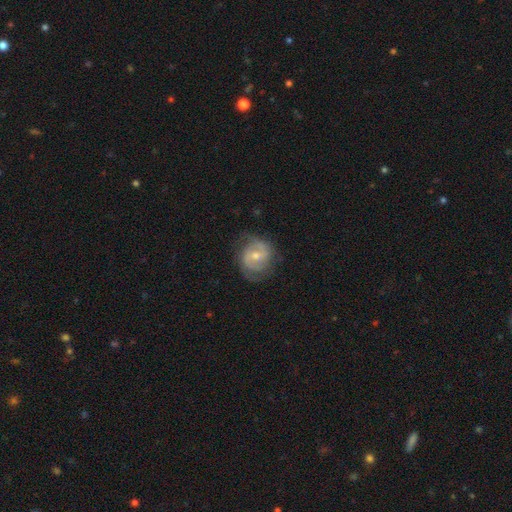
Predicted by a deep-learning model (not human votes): Smooth or featured?
  - featured or disk: 79% *
  - smooth: 16%
  - star or artifact: 6%
Edge-on disk?
  - no: 98% *
  - yes: 2%
Bar?
  - weak: 46% *
  - no: 42%
  - strong: 12%
Spiral arms?
  - yes: 93% *
  - no: 7%
Spiral winding?
  - medium: 46% *
  - tight: 39%
  - loose: 16%
Spiral arm count?
  - 2: 75% *
  - can't tell: 12%
  - 3: 7%
  - 1: 3%
  - 4: 2%
  - more than 4: 2%
Bulge size?
  - small: 50% *
  - moderate: 46%
  - large: 2%
  - none: 1%
  - dominant: 1%
Merging?
  - none: 73% *
  - minor disturbance: 18%
  - major disturbance: 8%
  - merger: 1%